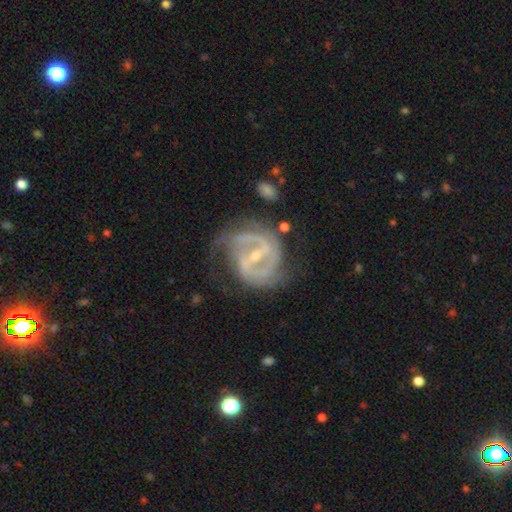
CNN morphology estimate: A featured or disk galaxy (91%) with a strong bar (56%), 2 (66%) medium (47%) spiral arms (97%) and a small central bulge (64%).

Vote fractions:
- Smooth or featured? featured or disk: 91% / star or artifact: 5% / smooth: 4%
- Edge-on disk? no: 97% / yes: 3%
- Bar? strong: 56% / weak: 33% / no: 10%
- Spiral arms? yes: 97% / no: 3%
- Spiral winding? medium: 47% / tight: 42% / loose: 11%
- Spiral arm count? 2: 66% / 3: 15% / can't tell: 9% / 4: 4% / 1: 3% / more than 4: 3%
- Bulge size? small: 64% / moderate: 33% / none: 1% / large: 1% / dominant: 1%
- Merging? none: 61% / minor disturbance: 23% / major disturbance: 14% / merger: 3%